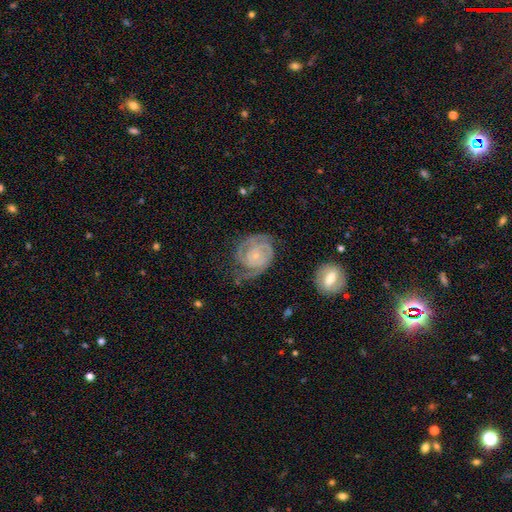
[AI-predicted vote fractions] Smooth or featured?
  - featured or disk: 88% *
  - smooth: 7%
  - star or artifact: 5%
Edge-on disk?
  - no: 98% *
  - yes: 2%
Bar?
  - no: 72% *
  - weak: 22%
  - strong: 6%
Spiral arms?
  - yes: 97% *
  - no: 3%
Spiral winding?
  - tight: 71% *
  - medium: 24%
  - loose: 5%
Spiral arm count?
  - 2: 54% *
  - 3: 19%
  - can't tell: 14%
  - 1: 5%
  - 4: 5%
  - more than 4: 4%
Bulge size?
  - small: 78% *
  - moderate: 16%
  - none: 4%
  - large: 1%
  - dominant: 1%
Merging?
  - none: 63% *
  - minor disturbance: 21%
  - major disturbance: 13%
  - merger: 3%